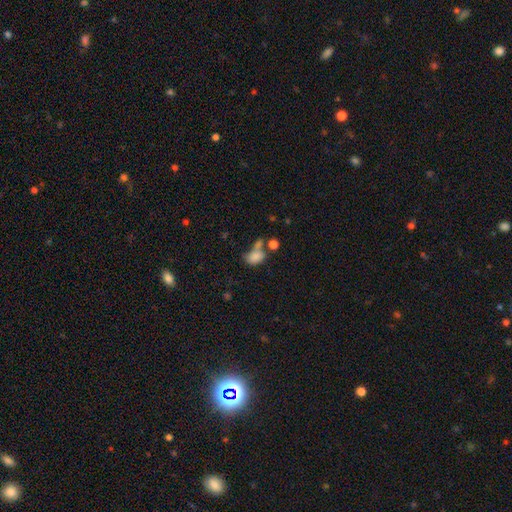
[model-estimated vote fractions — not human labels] A smooth galaxy with no disk features (79%) that is in between round and cigar-shaped (82%). Merging: merger (41%).